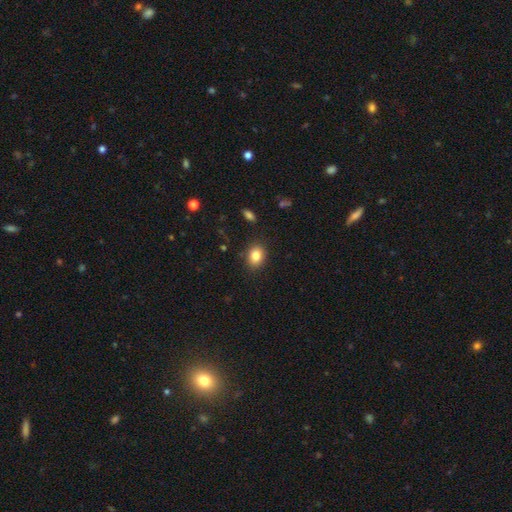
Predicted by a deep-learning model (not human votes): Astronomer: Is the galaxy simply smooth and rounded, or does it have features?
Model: smooth — 84%.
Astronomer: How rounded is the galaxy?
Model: in between — 58% (runner-up: round, 41%).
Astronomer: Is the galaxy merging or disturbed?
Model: none — 86%.